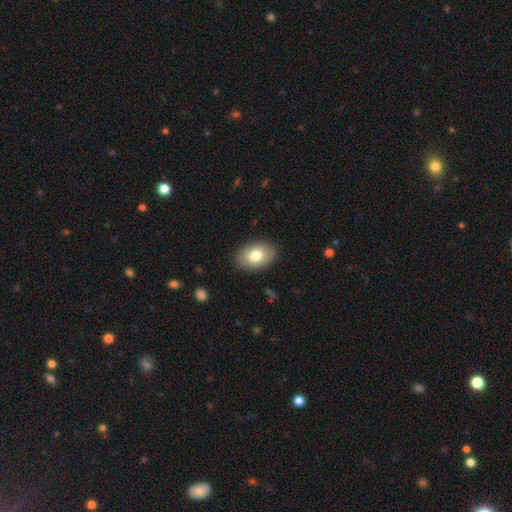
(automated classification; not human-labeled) The model was most divided on "smooth or featured": smooth: 79%, featured or disk: 13%, star or artifact: 7%. More confident: merging — none (87%); how rounded — in between (86%).